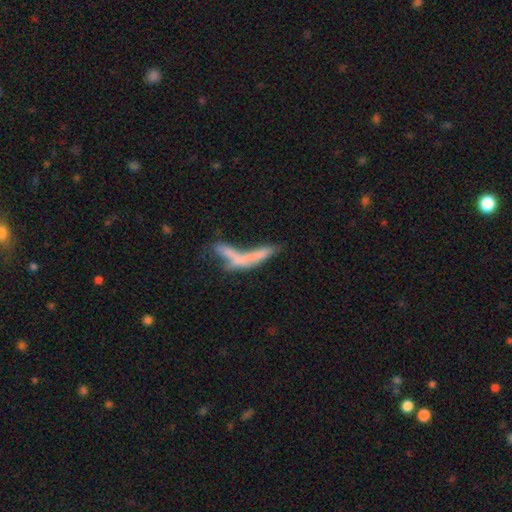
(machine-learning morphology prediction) The model was most divided on "merging": merger: 52%, none: 23%, major disturbance: 16%, minor disturbance: 10%. More confident: how rounded — cigar-shaped (78%); smooth or featured — smooth (59%).